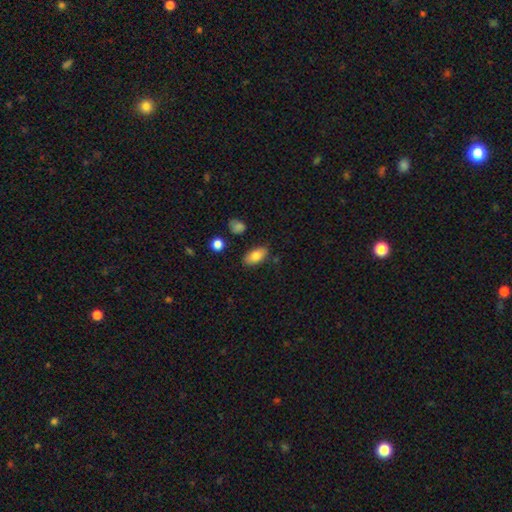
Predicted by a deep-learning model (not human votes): smooth_or_featured: smooth (p=0.81) [alt: featured or disk p=0.12]
how_rounded: in between (p=0.90) [alt: cigar-shaped p=0.06]
merging: none (p=0.82) [alt: minor disturbance p=0.13]